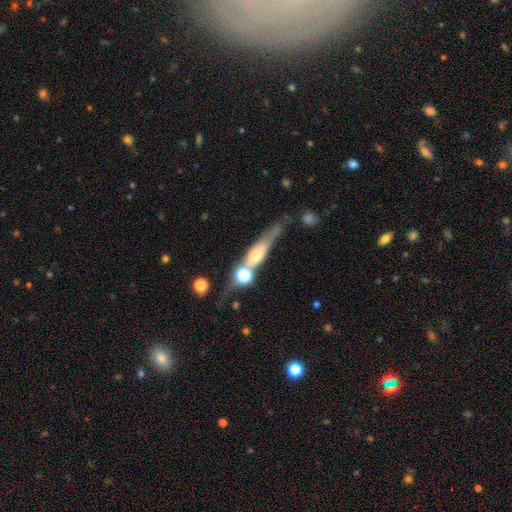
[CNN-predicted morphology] smooth_or_featured: featured or disk (p=0.58) [alt: smooth p=0.33]
disk_edge_on: yes (p=0.82) [alt: no p=0.18]
merging: none (p=0.49) [alt: merger p=0.24]